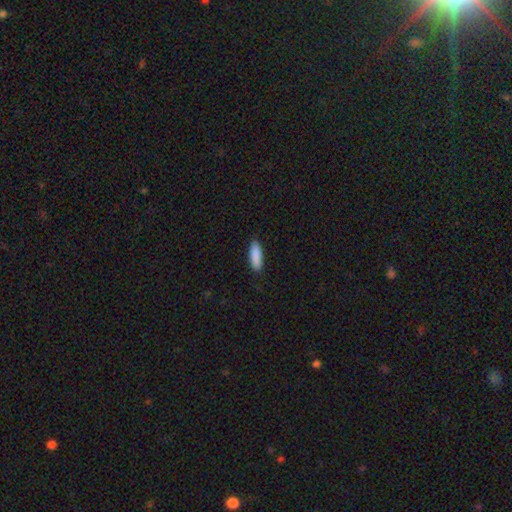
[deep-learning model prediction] This is clearly a smooth galaxy (90%). How rounded: likely in between (60%). Merging: clearly none (87%).